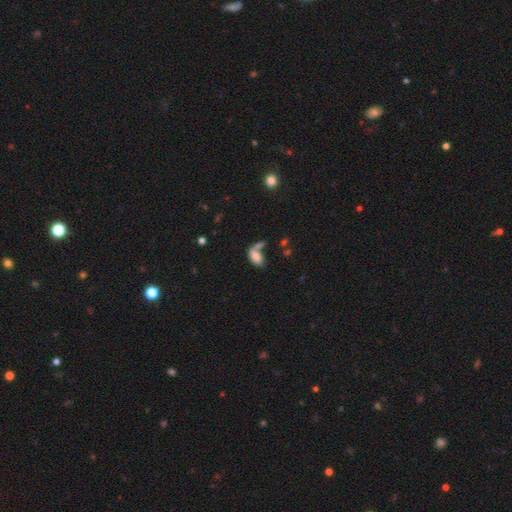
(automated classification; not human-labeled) Overall: smooth (76%). How rounded: in between (90%). Merging: merger (41%; none 31%).